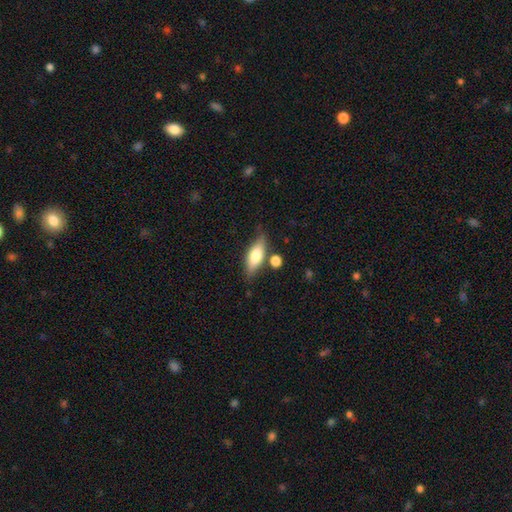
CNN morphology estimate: smooth_or_featured: smooth (p=0.67) [alt: featured or disk p=0.26]
how_rounded: in between (p=0.64) [alt: cigar-shaped p=0.32]
merging: none (p=0.73) [alt: minor disturbance p=0.15]